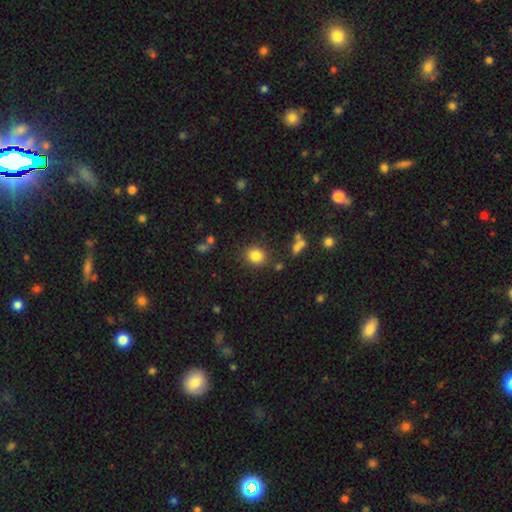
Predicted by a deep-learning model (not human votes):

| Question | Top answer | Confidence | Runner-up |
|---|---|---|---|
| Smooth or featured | smooth | 83% | star or artifact (11%) |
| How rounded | round | 74% | in between (25%) |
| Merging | none | 84% | minor disturbance (9%) |